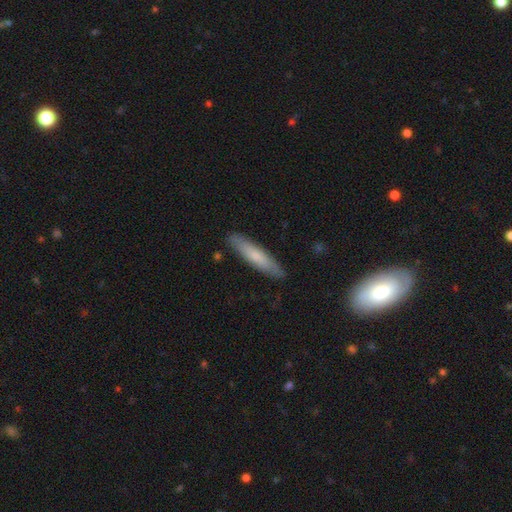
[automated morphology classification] Q: Smooth or featured?
A: smooth (67%); runner-up: featured or disk (28%)
Q: How rounded?
A: cigar-shaped (87%); runner-up: in between (12%)
Q: Merging?
A: none (87%); runner-up: minor disturbance (10%)